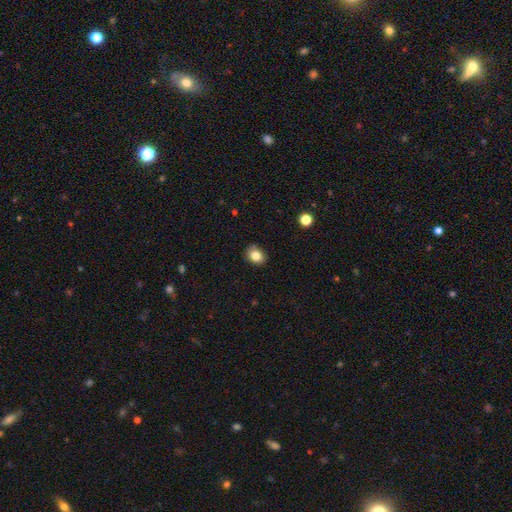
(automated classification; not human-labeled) Q: Smooth or featured?
A: smooth (82%); runner-up: star or artifact (10%)
Q: How rounded?
A: in between (53%); runner-up: round (46%)
Q: Merging?
A: none (84%); runner-up: minor disturbance (12%)